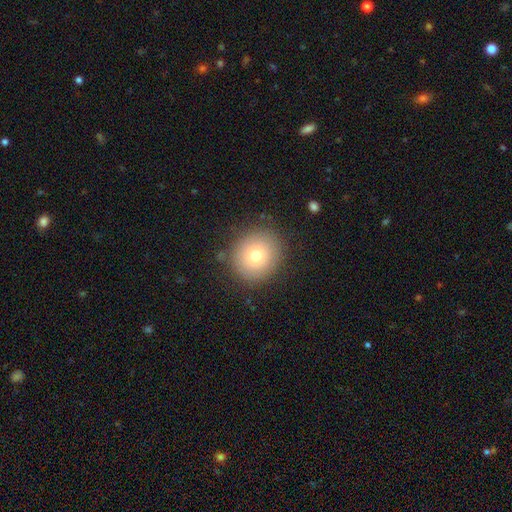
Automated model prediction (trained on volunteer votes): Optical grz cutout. It shows a smooth galaxy with no disk features (74%) that is round (83%). Merging: none (85%).